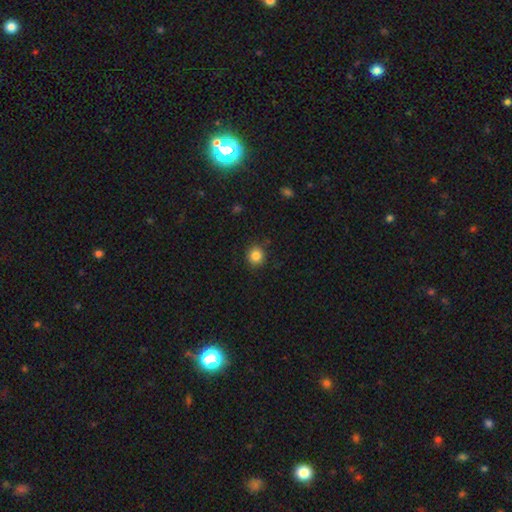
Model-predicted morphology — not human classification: Smooth or featured: smooth — 85% (star or artifact — 11%)
How rounded: round — 90% (in between — 9%)
Merging: none — 88% (minor disturbance — 8%)